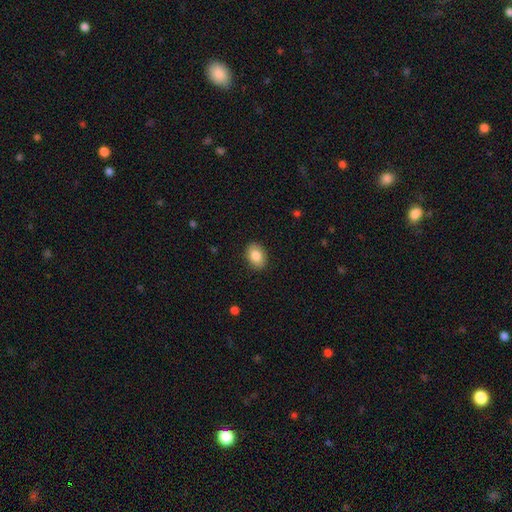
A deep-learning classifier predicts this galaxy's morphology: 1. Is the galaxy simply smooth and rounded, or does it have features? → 85% smooth, 8% featured or disk, 7% star or artifact.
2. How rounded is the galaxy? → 77% in between, 22% round, 1% cigar-shaped.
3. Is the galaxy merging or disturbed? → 88% none, 9% minor disturbance, 2% major disturbance, 1% merger.